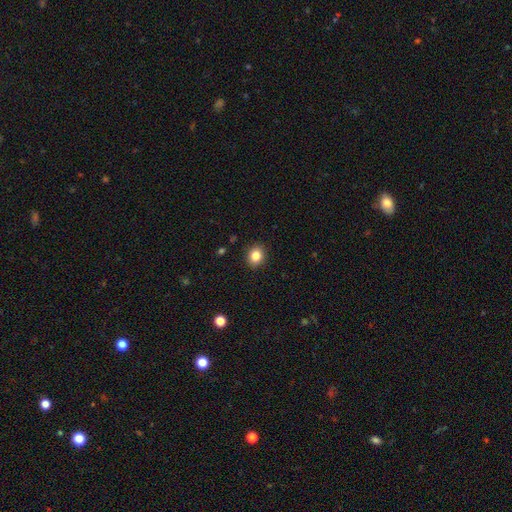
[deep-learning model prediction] Q: Smooth or featured?
A: smooth (84%); runner-up: star or artifact (10%)
Q: How rounded?
A: round (68%); runner-up: in between (31%)
Q: Merging?
A: none (91%); runner-up: minor disturbance (6%)